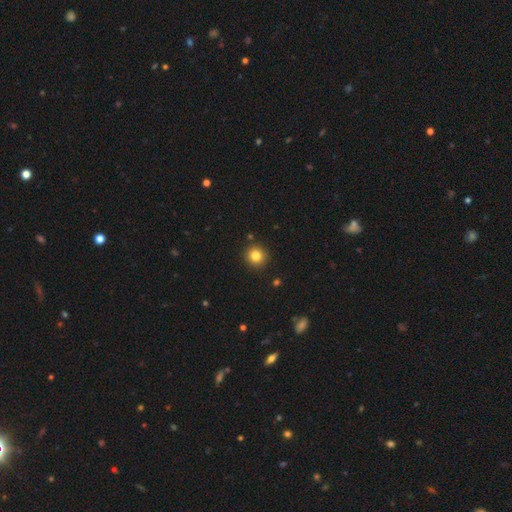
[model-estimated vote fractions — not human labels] Smooth or featured? Predicted: smooth (p=0.82). How rounded? Predicted: round (p=0.94). Merging? Predicted: none (p=0.91).